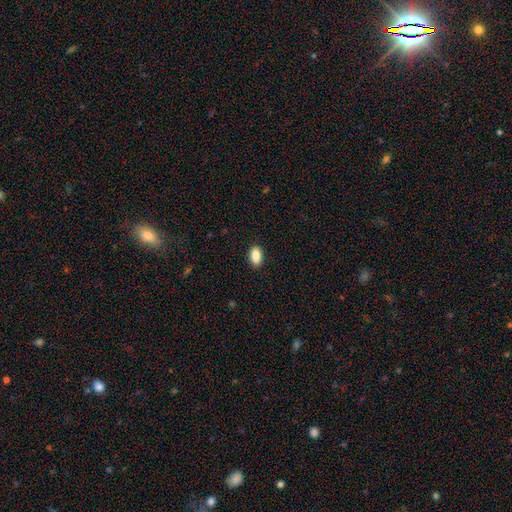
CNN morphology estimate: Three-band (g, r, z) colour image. It shows a smooth galaxy with no disk features (89%) that is in between round and cigar-shaped (91%). Merging: none (89%).